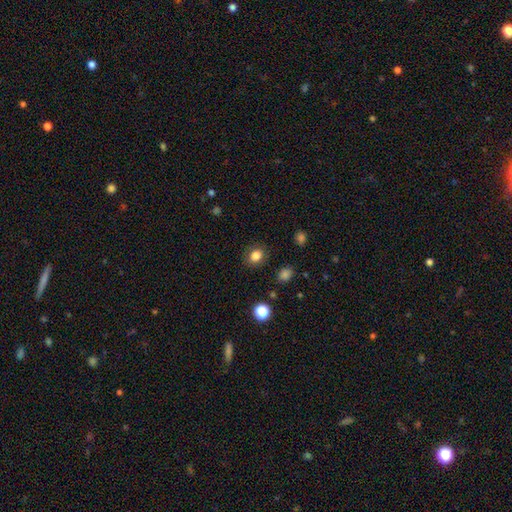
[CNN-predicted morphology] This appears to be a smooth galaxy with no disk features (84%) that is round (52%). Merging: none (86%).